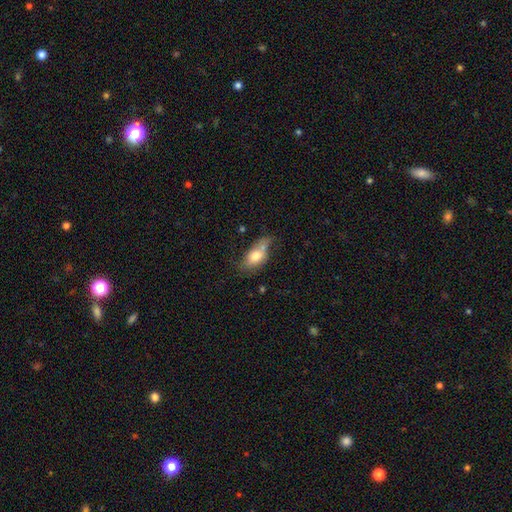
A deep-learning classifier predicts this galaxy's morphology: smooth-or-featured: smooth: 73% | featured or disk: 20% | star or artifact: 7%
  how-rounded: in between: 86% | round: 7% | cigar-shaped: 6%
  merging: none: 39% | minor disturbance: 29% | merger: 20% | major disturbance: 12%